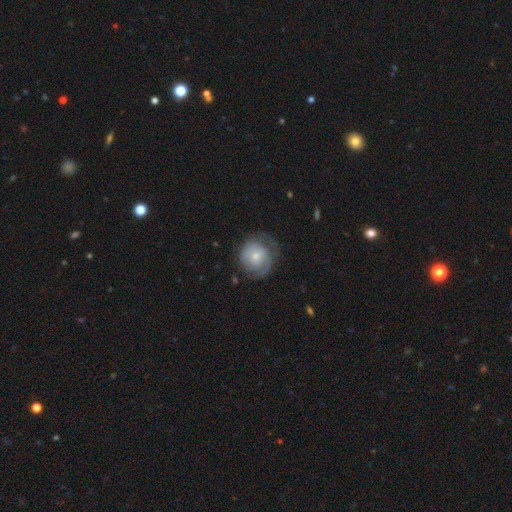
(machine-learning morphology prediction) type=featured or disk (61%); edge-on=no (98%); bar=no (76%); spiral arms=yes (81%); bulge=small (64%); merging=none (59%).